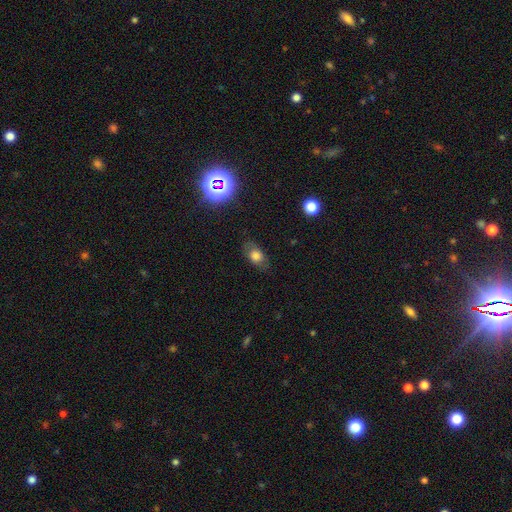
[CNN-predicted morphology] Smooth or featured: smooth — 67% (featured or disk — 19%)
How rounded: in between — 79% (round — 17%)
Merging: none — 77% (minor disturbance — 16%)